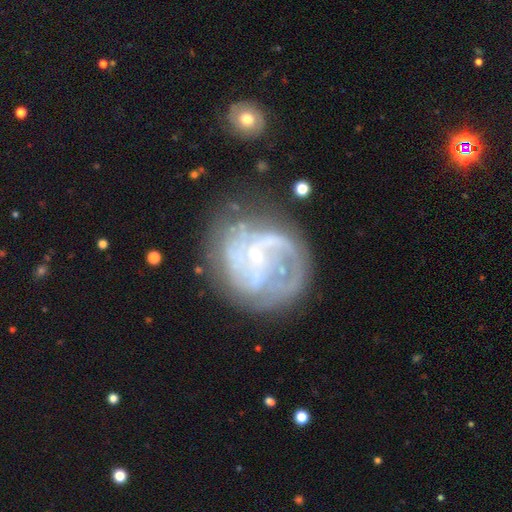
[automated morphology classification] type=featured or disk (76%); edge-on=no (98%); bar=no (58%); spiral arms=yes (74%); winding=medium (36%); arm count=can't tell (38%); bulge=small (72%); merging=none (49%).